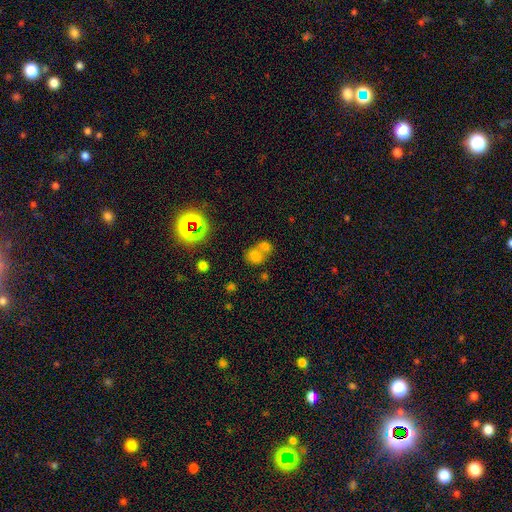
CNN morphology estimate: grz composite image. It shows a smooth galaxy with no disk features (69%) that is round (54%). Merging: merger (56%).